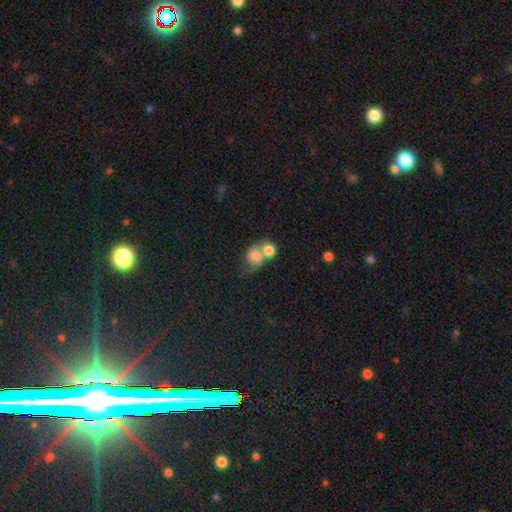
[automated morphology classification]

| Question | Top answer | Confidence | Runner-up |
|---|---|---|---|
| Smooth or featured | smooth | 73% | featured or disk (17%) |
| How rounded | round | 56% | in between (43%) |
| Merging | merger | 62% | none (19%) |